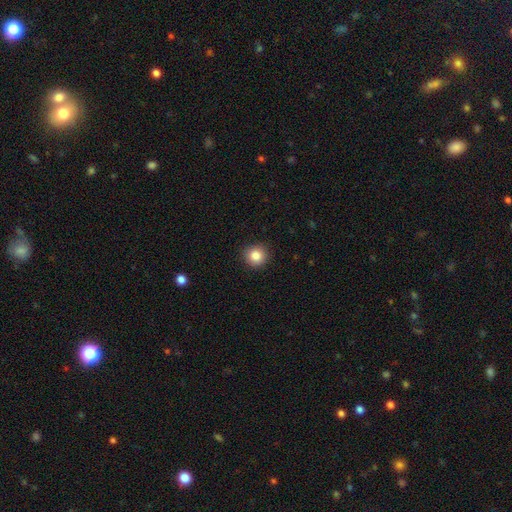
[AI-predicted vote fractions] Smooth or featured? smooth (86%)
How rounded? round (92%)
Merging? none (91%)